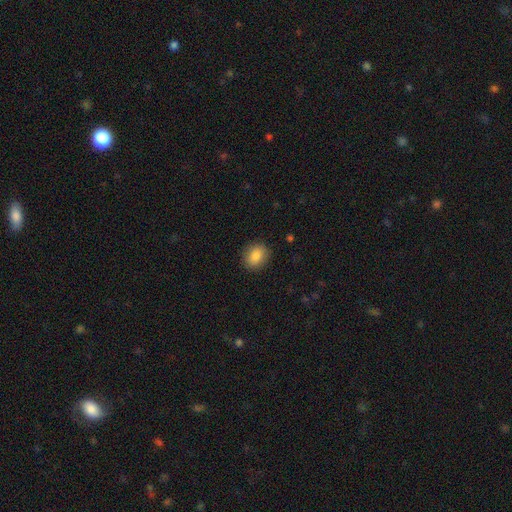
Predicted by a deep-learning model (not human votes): Smooth or featured: smooth — 86% (star or artifact — 8%)
How rounded: round — 50% (in between — 48%)
Merging: none — 88% (minor disturbance — 8%)